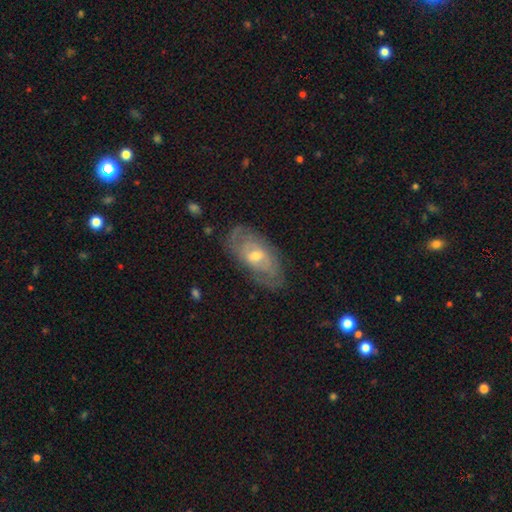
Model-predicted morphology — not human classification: The model was most divided on "spiral arm count": can't tell: 51%, 2: 31%, 3: 8%, 1: 4%, 4: 4%, more than 4: 3%. More confident: edge-on disk — no (90%); spiral arms — yes (80%); merging — none (76%); smooth or featured — featured or disk (71%); spiral winding — tight (58%); bulge size — moderate (58%); bar — no (58%).